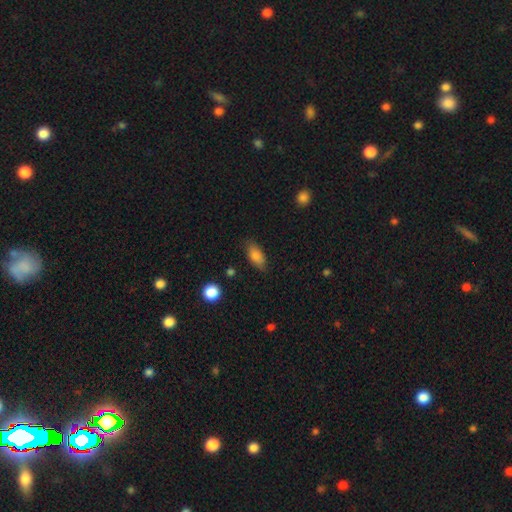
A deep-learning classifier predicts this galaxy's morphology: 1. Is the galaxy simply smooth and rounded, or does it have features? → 80% smooth, 12% featured or disk, 8% star or artifact.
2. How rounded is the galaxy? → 87% in between, 9% cigar-shaped, 5% round.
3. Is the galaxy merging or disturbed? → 80% none, 15% minor disturbance, 3% major disturbance, 2% merger.